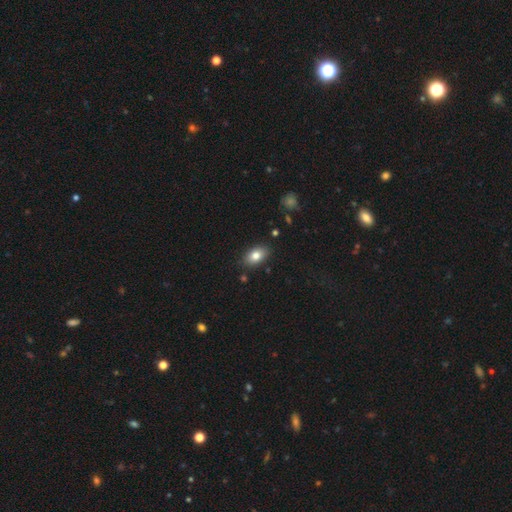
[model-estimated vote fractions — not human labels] A smooth galaxy with no disk features (80%) that is in between round and cigar-shaped (89%). Merging: none (85%).